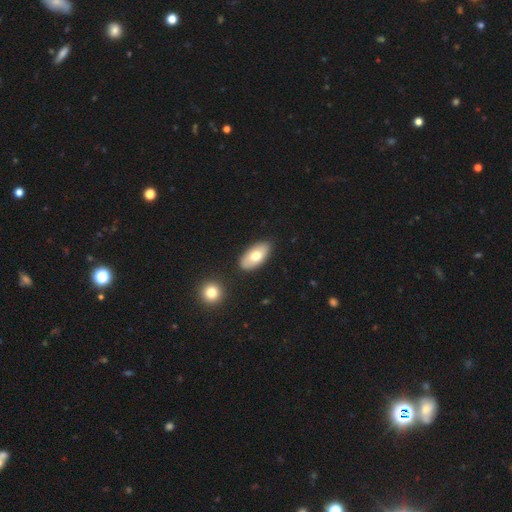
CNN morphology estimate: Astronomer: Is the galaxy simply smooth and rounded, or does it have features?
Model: smooth — 68%.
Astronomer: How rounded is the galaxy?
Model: in between — 93%.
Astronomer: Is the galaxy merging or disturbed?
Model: none — 85%.